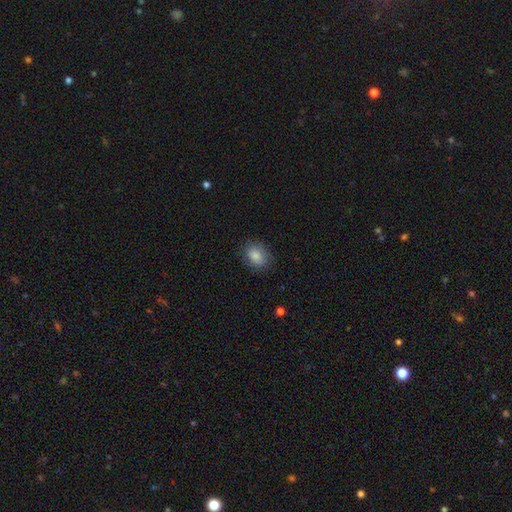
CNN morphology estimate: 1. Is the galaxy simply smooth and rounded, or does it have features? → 87% smooth, 8% star or artifact, 5% featured or disk.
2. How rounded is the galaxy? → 69% in between, 30% round, 1% cigar-shaped.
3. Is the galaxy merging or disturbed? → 81% none, 14% minor disturbance, 4% major disturbance, 1% merger.